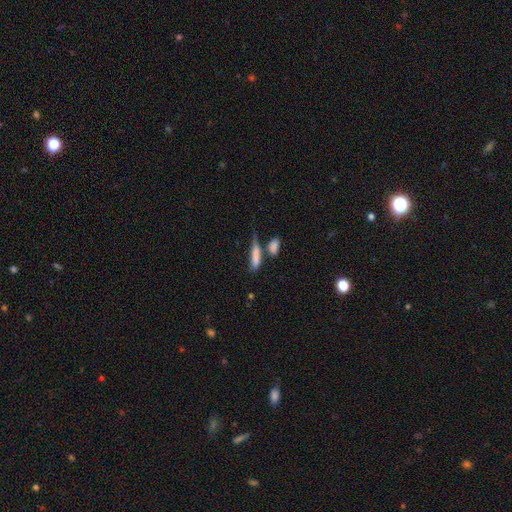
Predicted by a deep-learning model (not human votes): Smooth or featured: smooth — 77% (featured or disk — 15%)
How rounded: cigar-shaped — 72% (in between — 25%)
Merging: none — 43% (merger — 30%)